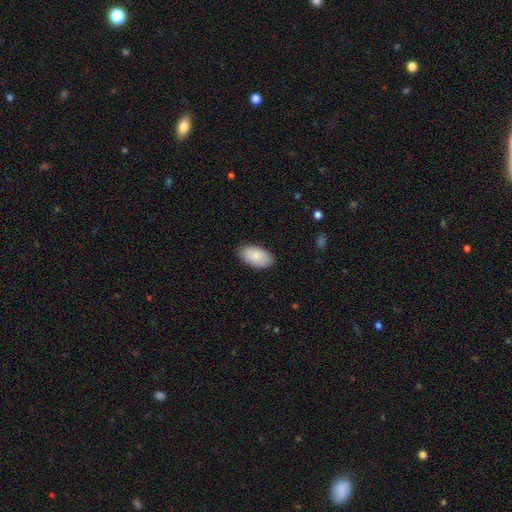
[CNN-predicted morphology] smooth-or-featured: smooth: 85% | featured or disk: 10% | star or artifact: 6%
  how-rounded: in between: 95% | round: 3% | cigar-shaped: 2%
  merging: none: 84% | minor disturbance: 13% | major disturbance: 2% | merger: 1%